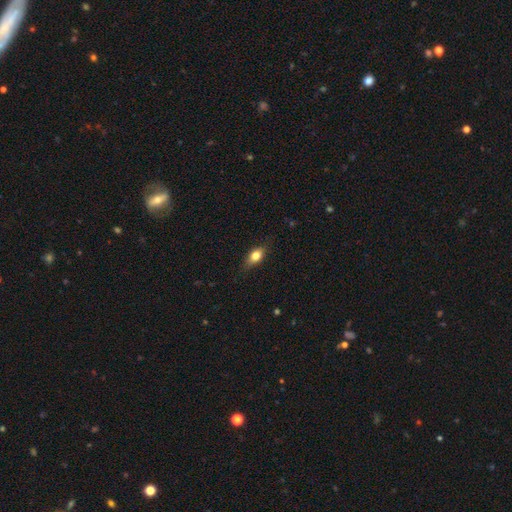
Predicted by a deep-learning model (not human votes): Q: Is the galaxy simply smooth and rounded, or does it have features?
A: smooth — 73%.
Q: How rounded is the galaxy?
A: in between — 77%.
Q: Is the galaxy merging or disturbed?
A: none — 81%.